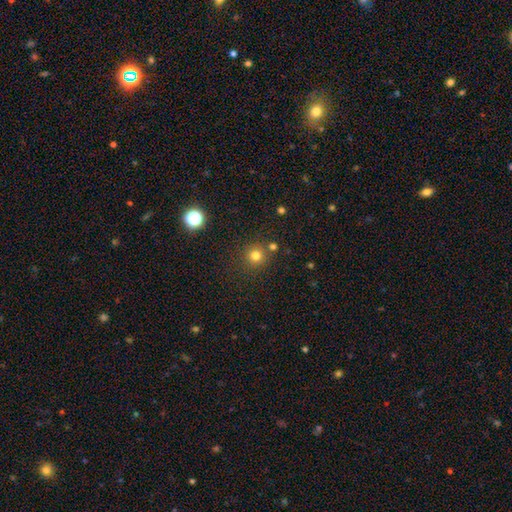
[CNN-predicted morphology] smooth 77%, star or artifact 16%, featured or disk 6%. Down the decision tree: how rounded — round (93%); merging — none (81%).